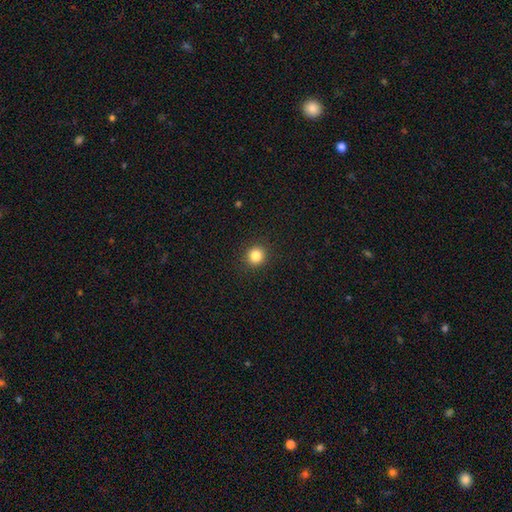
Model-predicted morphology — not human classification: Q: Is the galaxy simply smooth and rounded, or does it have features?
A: smooth — 84%.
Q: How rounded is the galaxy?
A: round — 92%.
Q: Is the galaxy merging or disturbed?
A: none — 92%.